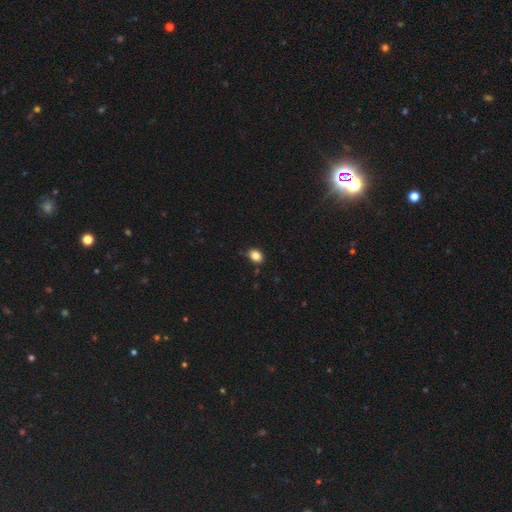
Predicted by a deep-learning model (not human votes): smooth_or_featured: smooth (p=0.85) [alt: star or artifact p=0.10]
how_rounded: in between (p=0.65) [alt: round p=0.34]
merging: none (p=0.83) [alt: minor disturbance p=0.13]